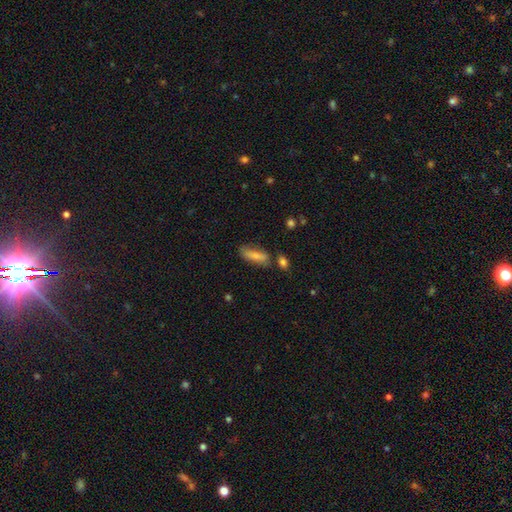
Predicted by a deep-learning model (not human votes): smooth_or_featured: smooth (p=0.79) [alt: featured or disk p=0.14]
how_rounded: in between (p=0.56) [alt: cigar-shaped p=0.41]
merging: none (p=0.62) [alt: minor disturbance p=0.22]